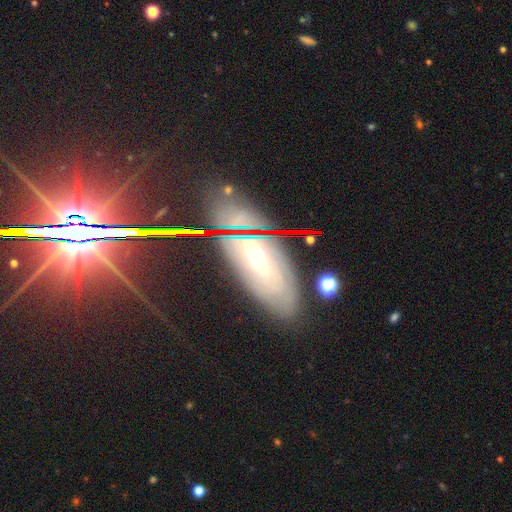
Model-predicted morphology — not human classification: type=featured or disk (62%); edge-on=no (73%); merging=none (74%).